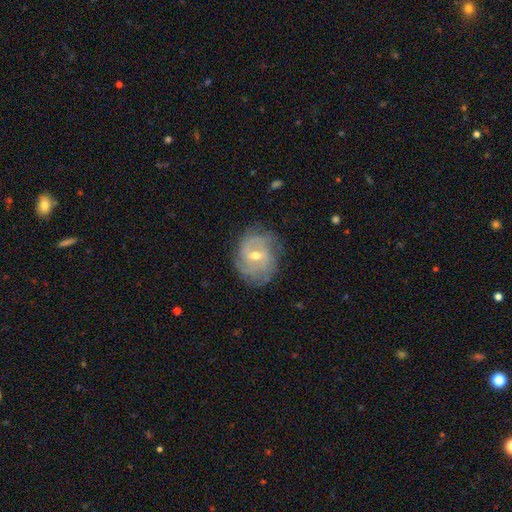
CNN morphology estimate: Overall: featured or disk (79%). Edge-on disk: no (97%). Bar: weak (54%; no 31%). Spiral arms: yes (89%). Spiral arm count: 2 (38%; can't tell 34%). Spiral winding: tight (51%; medium 36%). Bulge size: moderate (60%; small 37%). Merging: none (71%).